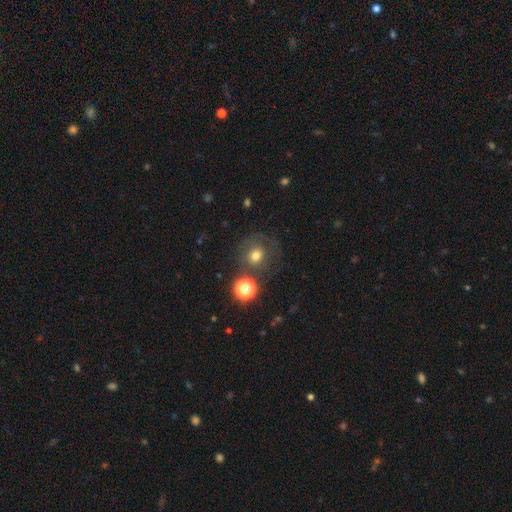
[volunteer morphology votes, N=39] smooth 67%, featured or disk 26%, star or artifact 8%. Down the decision tree: how rounded — round (81%); merging — none (50%).